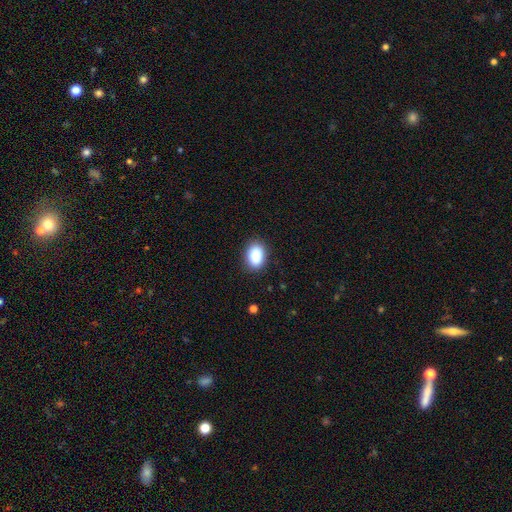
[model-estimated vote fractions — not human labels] Smooth or featured? Predicted: smooth (p=0.90). How rounded? Predicted: in between (p=0.83). Merging? Predicted: none (p=0.87).